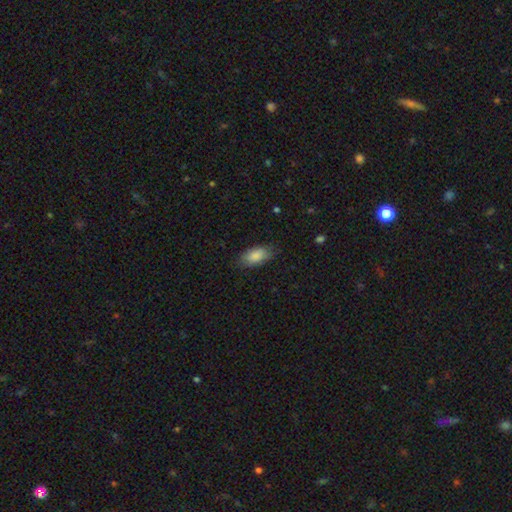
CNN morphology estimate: Smooth or featured: smooth — 88% (featured or disk — 6%)
How rounded: in between — 92% (cigar-shaped — 5%)
Merging: none — 78% (minor disturbance — 17%)